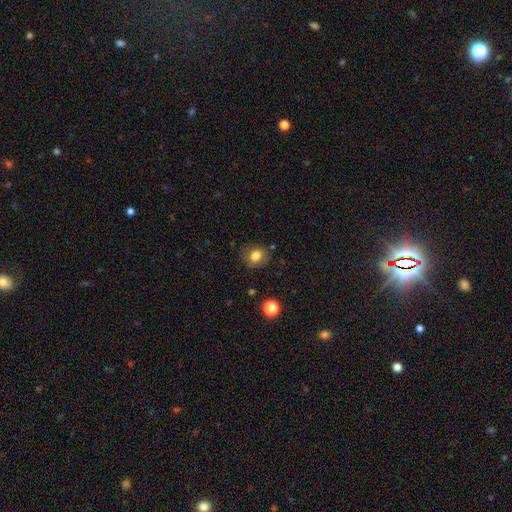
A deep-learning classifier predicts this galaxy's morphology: smooth_or_featured: smooth (p=0.81) [alt: star or artifact p=0.11]
how_rounded: round (p=0.66) [alt: in between p=0.33]
merging: none (p=0.82) [alt: minor disturbance p=0.12]